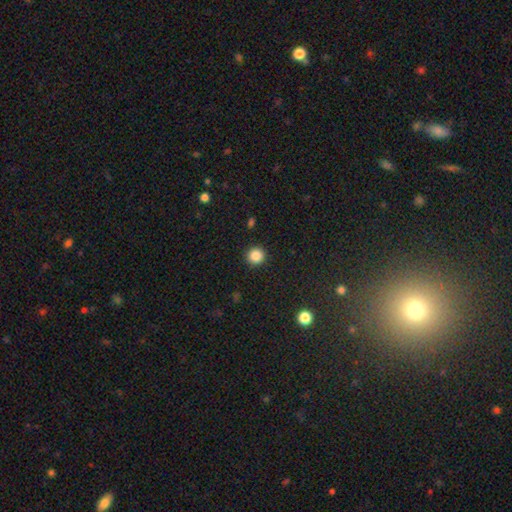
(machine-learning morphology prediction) A smooth galaxy with no disk features (86%) that is round (95%).

Vote fractions:
- Smooth or featured? smooth: 86% / star or artifact: 11% / featured or disk: 3%
- How rounded? round: 95% / in between: 4% / cigar-shaped: 1%
- Merging? none: 92% / minor disturbance: 5% / major disturbance: 2% / merger: 1%